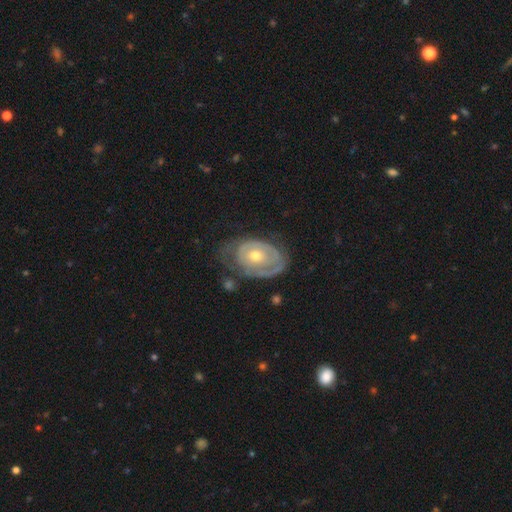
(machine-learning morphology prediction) Q: Smooth or featured?
A: featured or disk (74%); runner-up: smooth (21%)
Q: Edge-on disk?
A: no (95%); runner-up: yes (5%)
Q: Bar?
A: no (82%); runner-up: weak (14%)
Q: Spiral arms?
A: yes (66%); runner-up: no (34%)
Q: Bulge size?
A: moderate (59%); runner-up: small (37%)
Q: Merging?
A: none (54%); runner-up: minor disturbance (26%)